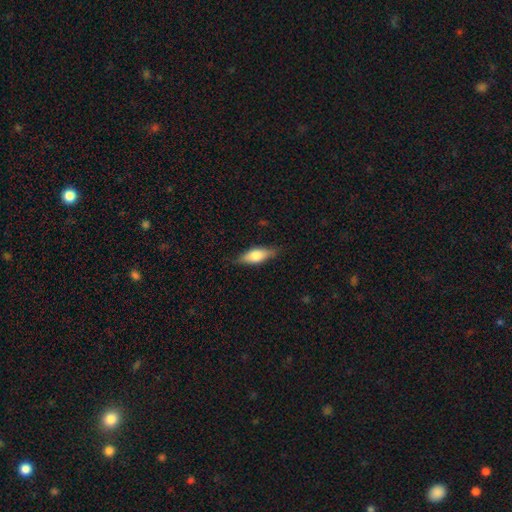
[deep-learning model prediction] A smooth galaxy with no disk features (66%) that is in between round and cigar-shaped (67%). Merging: none (81%).